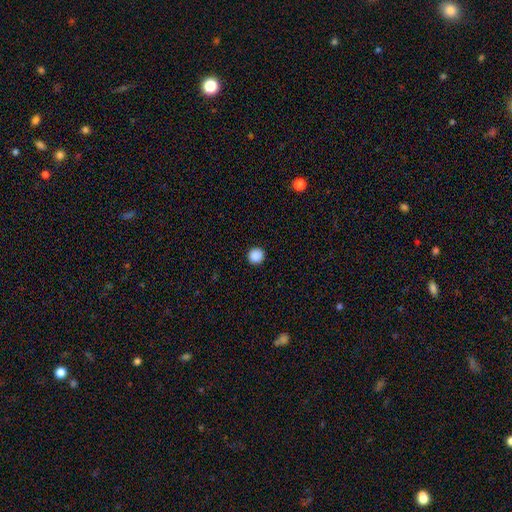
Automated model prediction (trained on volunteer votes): This is clearly a smooth galaxy (89%). How rounded: clearly round (93%). Merging: clearly none (93%).